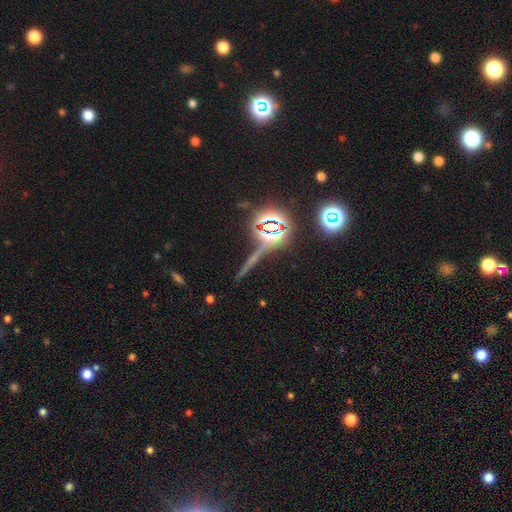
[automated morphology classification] This appears to be a star or artifact, not a galaxy (70%).